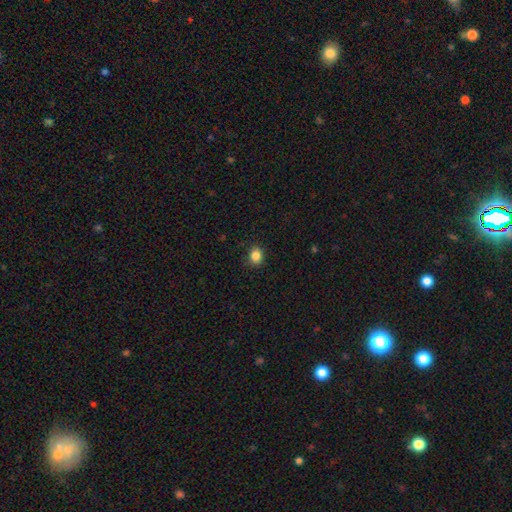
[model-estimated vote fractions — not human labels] A smooth galaxy with no disk features (85%) that is round (70%). Merging: none (89%).